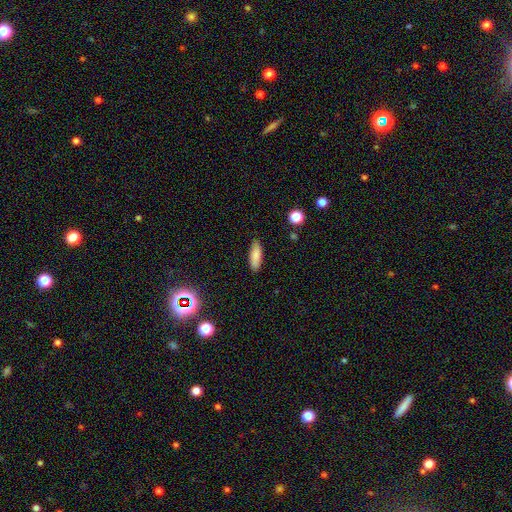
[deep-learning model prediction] smooth-or-featured: smooth: 83% | featured or disk: 9% | star or artifact: 8%
  how-rounded: in between: 60% | cigar-shaped: 38% | round: 2%
  merging: none: 86% | minor disturbance: 11% | major disturbance: 2% | merger: 1%